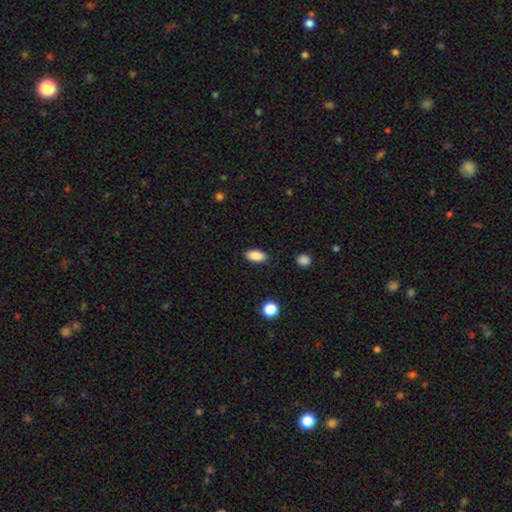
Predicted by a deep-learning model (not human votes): The model was most divided on "merging": none: 86%, minor disturbance: 10%, major disturbance: 3%, merger: 1%. More confident: how rounded — in between (91%); smooth or featured — smooth (88%).